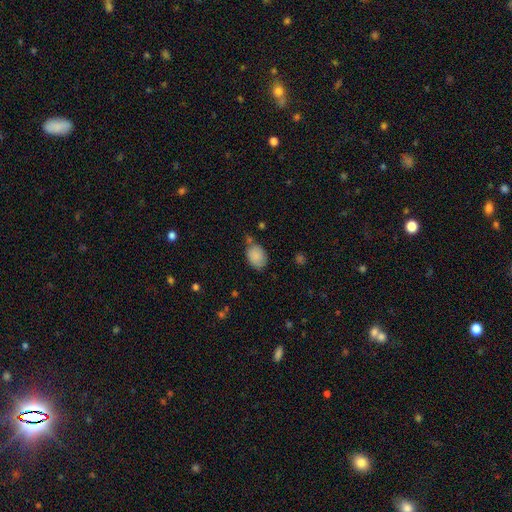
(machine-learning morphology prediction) A smooth galaxy with no disk features (87%) that is in between round and cigar-shaped (77%).

Vote fractions:
- Smooth or featured? smooth: 87% / star or artifact: 8% / featured or disk: 5%
- How rounded? in between: 77% / round: 22% / cigar-shaped: 1%
- Merging? none: 60% / minor disturbance: 25% / merger: 9% / major disturbance: 6%